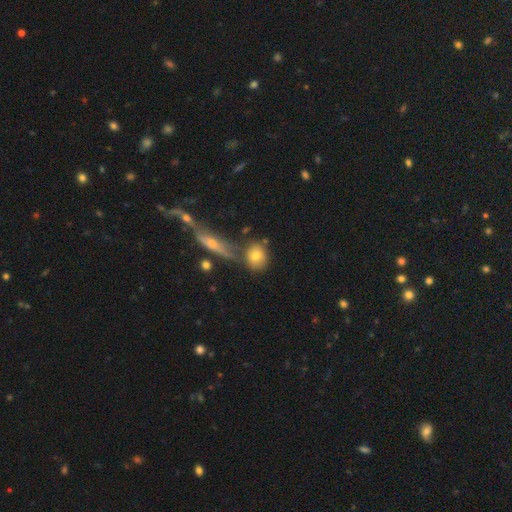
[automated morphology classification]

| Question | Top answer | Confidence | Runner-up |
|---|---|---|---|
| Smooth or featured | smooth | 73% | featured or disk (18%) |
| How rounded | round | 61% | in between (34%) |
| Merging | none | 63% | merger (18%) |